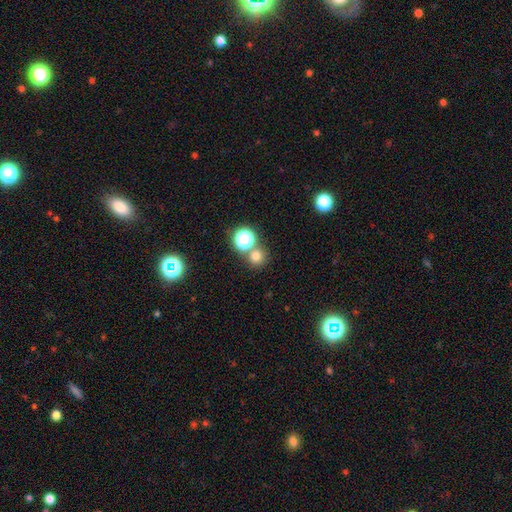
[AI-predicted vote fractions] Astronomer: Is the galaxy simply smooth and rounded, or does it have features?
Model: smooth — 72%.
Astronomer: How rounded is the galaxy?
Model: round — 90%.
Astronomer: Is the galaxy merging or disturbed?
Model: none — 69%.